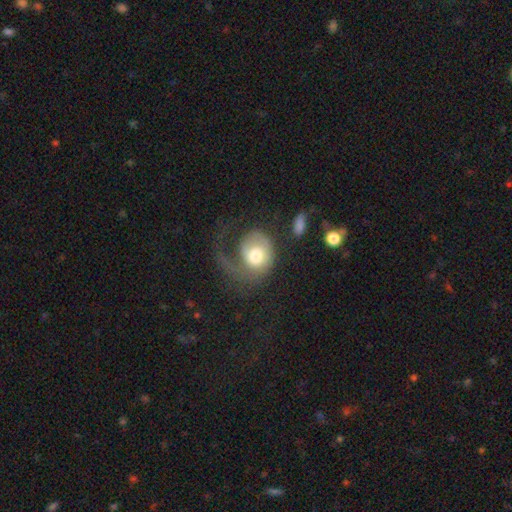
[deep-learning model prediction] smooth_or_featured: featured or disk (p=0.50) [alt: smooth p=0.43]
disk_edge_on: no (p=0.97) [alt: yes p=0.03]
merging: major disturbance (p=0.56) [alt: none p=0.26]